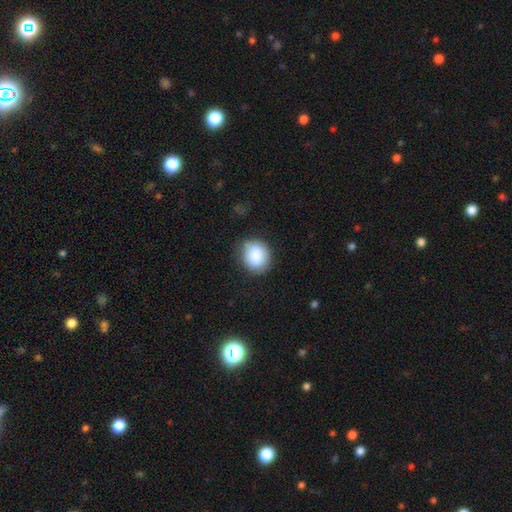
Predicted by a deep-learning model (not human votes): Smooth or featured?
  - smooth: 85% *
  - featured or disk: 7%
  - star or artifact: 7%
How rounded?
  - round: 71% *
  - in between: 28%
  - cigar-shaped: 1%
Merging?
  - none: 78% *
  - minor disturbance: 16%
  - major disturbance: 4%
  - merger: 2%